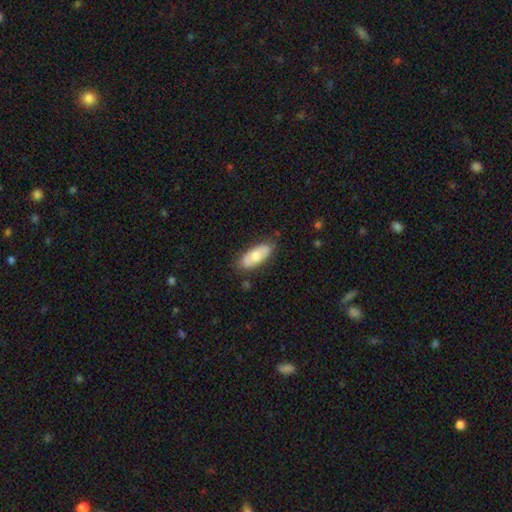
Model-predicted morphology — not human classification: A smooth galaxy with no disk features (66%) that is in between round and cigar-shaped (83%).

Vote fractions:
- Smooth or featured? smooth: 66% / featured or disk: 28% / star or artifact: 6%
- How rounded? in between: 83% / cigar-shaped: 15% / round: 2%
- Merging? none: 78% / minor disturbance: 17% / major disturbance: 3% / merger: 2%